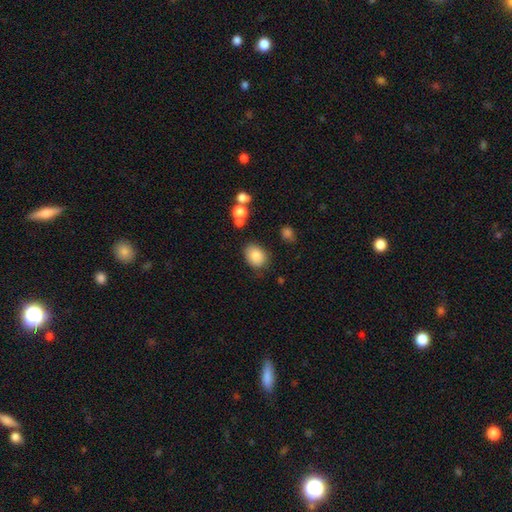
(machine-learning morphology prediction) Smooth or featured: smooth — 83% (star or artifact — 9%)
How rounded: in between — 60% (round — 39%)
Merging: none — 77% (minor disturbance — 15%)